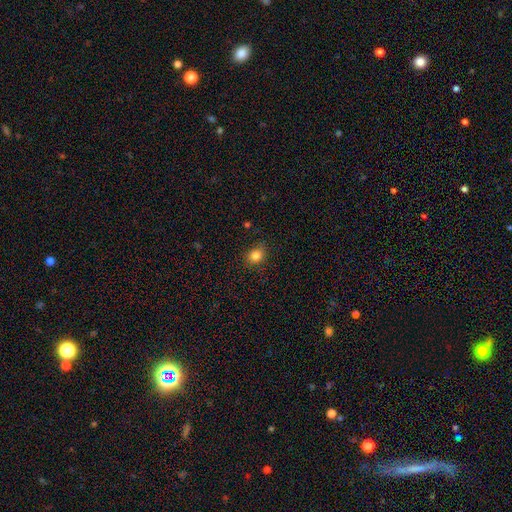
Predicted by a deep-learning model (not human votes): Overall: smooth (84%). How rounded: round (66%; in between 33%). Merging: none (82%).